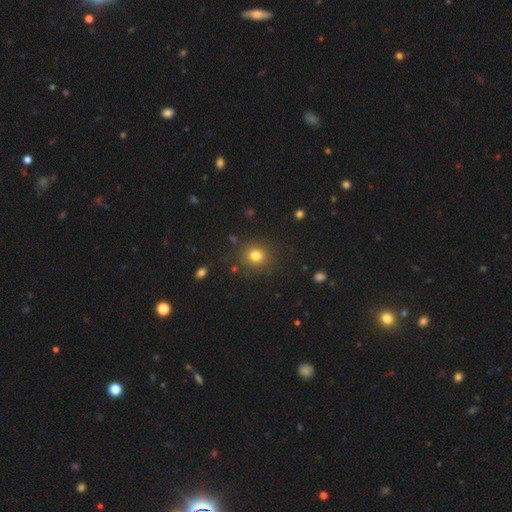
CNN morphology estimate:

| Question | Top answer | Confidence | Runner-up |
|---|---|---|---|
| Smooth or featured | smooth | 79% | star or artifact (14%) |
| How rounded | round | 85% | in between (14%) |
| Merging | none | 86% | minor disturbance (8%) |